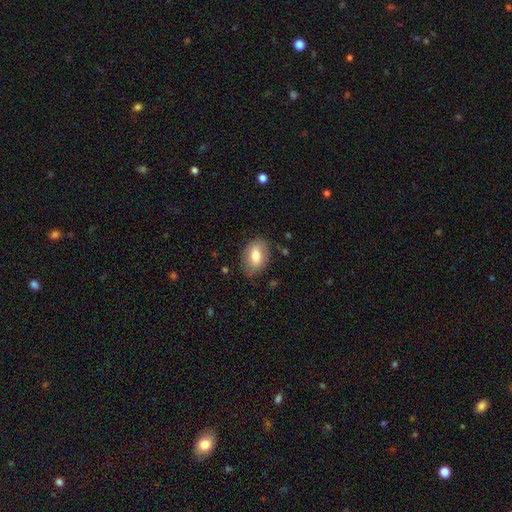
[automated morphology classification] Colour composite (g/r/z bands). It shows a smooth galaxy with no disk features (74%) that is in between round and cigar-shaped (83%). Merging: none (80%).